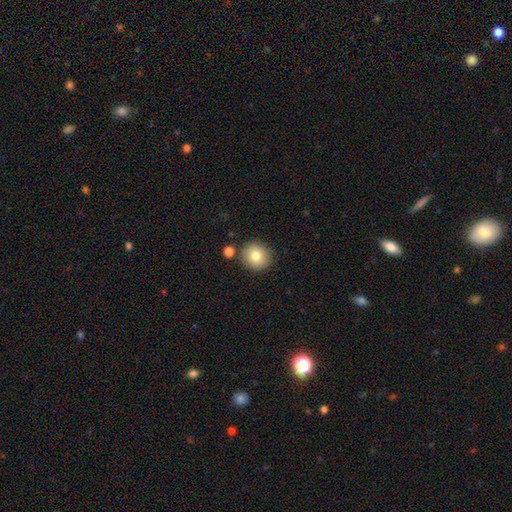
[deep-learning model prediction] smooth_or_featured: smooth (p=0.80) [alt: featured or disk p=0.10]
how_rounded: round (p=0.89) [alt: in between p=0.10]
merging: none (p=0.83) [alt: minor disturbance p=0.08]